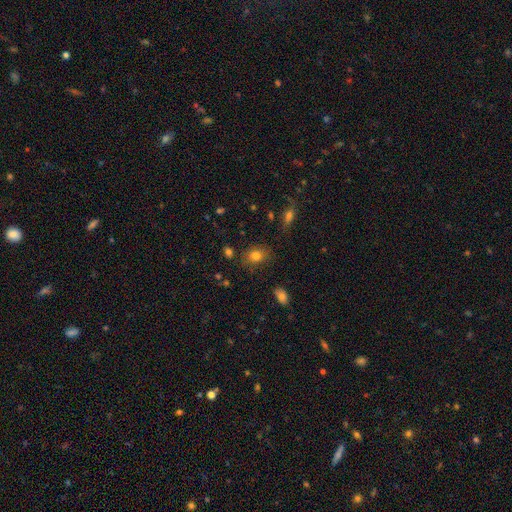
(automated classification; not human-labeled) A smooth galaxy with no disk features (79%) that is in between round and cigar-shaped (57%). Merging: none (79%).